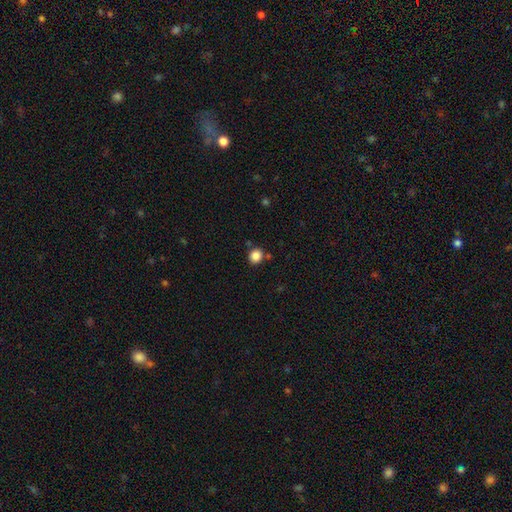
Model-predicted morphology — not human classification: Smooth or featured?
  - smooth: 86% *
  - star or artifact: 11%
  - featured or disk: 4%
How rounded?
  - round: 79% *
  - in between: 21%
  - cigar-shaped: 1%
Merging?
  - none: 82% *
  - minor disturbance: 9%
  - merger: 6%
  - major disturbance: 3%